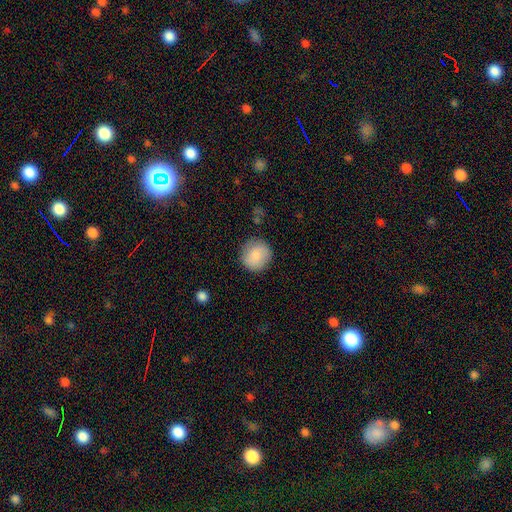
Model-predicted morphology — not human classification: Smooth or featured: smooth — 83% (featured or disk — 11%)
How rounded: round — 93% (in between — 6%)
Merging: none — 86% (minor disturbance — 10%)